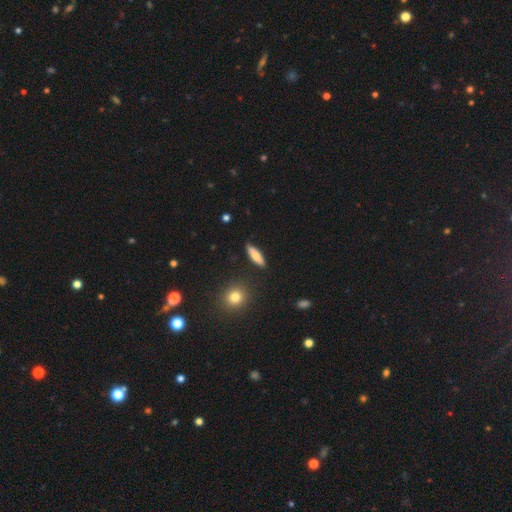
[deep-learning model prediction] Smooth or featured: smooth — 69% (featured or disk — 24%)
How rounded: cigar-shaped — 53% (in between — 44%)
Merging: none — 85% (minor disturbance — 11%)